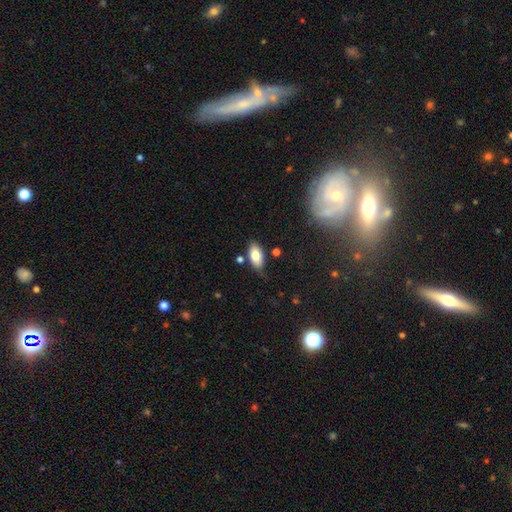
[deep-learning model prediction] Smooth or featured? Predicted: smooth (p=0.78). How rounded? Predicted: in between (p=0.93). Merging? Predicted: none (p=0.77).